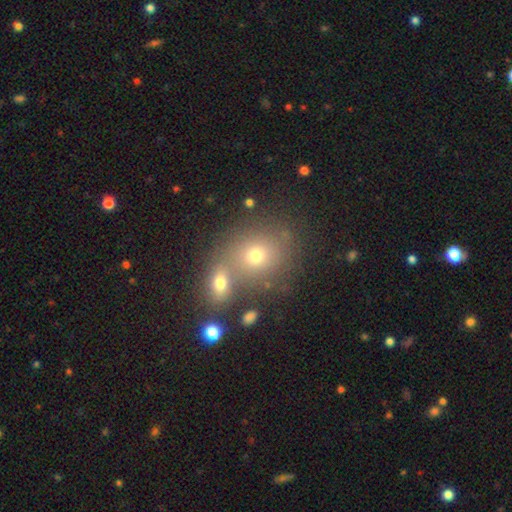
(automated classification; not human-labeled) Q: Smooth or featured?
A: smooth (65%); runner-up: star or artifact (18%)
Q: How rounded?
A: round (70%); runner-up: in between (29%)
Q: Merging?
A: none (51%); runner-up: merger (36%)